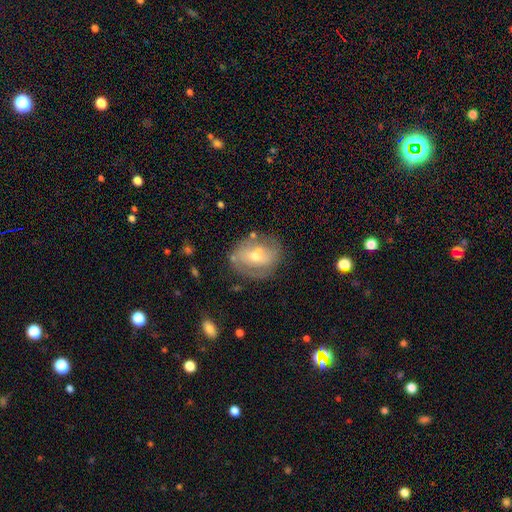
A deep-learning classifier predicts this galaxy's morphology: Overall: featured or disk (57%; smooth 35%). Edge-on disk: no (95%). Bar: no (50%; weak 37%). Spiral arms: yes (55%; no 45%). Bulge size: moderate (50%; small 44%). Merging: none (64%).